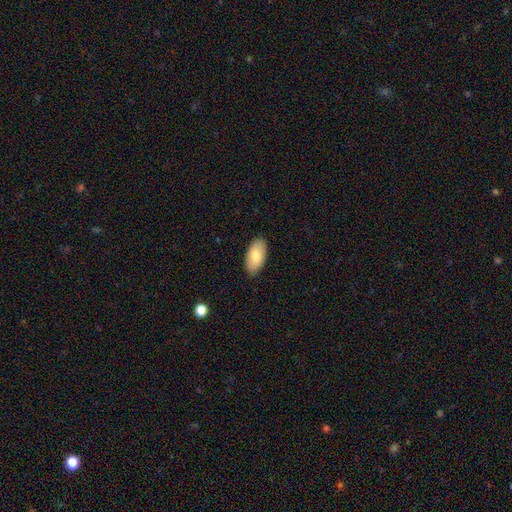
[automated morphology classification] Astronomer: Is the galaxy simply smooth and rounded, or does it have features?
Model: smooth — 77%.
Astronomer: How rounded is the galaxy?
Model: in between — 95%.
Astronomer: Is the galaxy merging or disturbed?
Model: none — 87%.